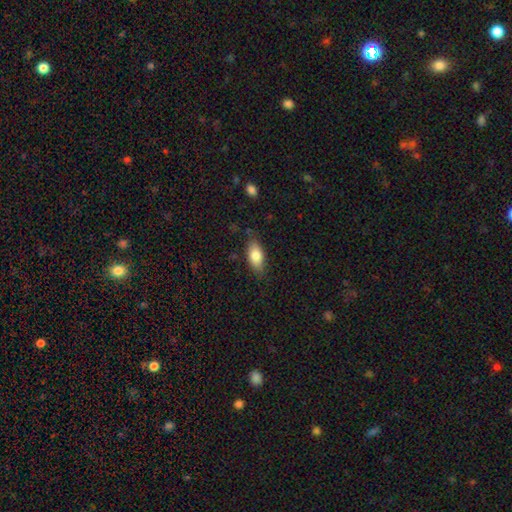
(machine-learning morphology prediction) Smooth or featured? Predicted: smooth (p=0.80). How rounded? Predicted: in between (p=0.88). Merging? Predicted: none (p=0.79).